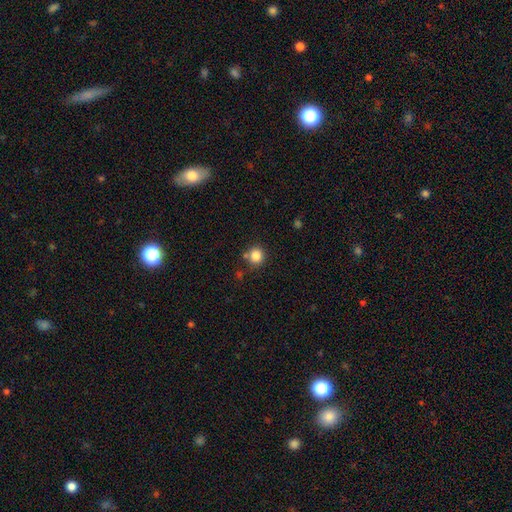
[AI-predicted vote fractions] smooth 84%, star or artifact 11%, featured or disk 5%. Down the decision tree: how rounded — round (92%); merging — none (77%).